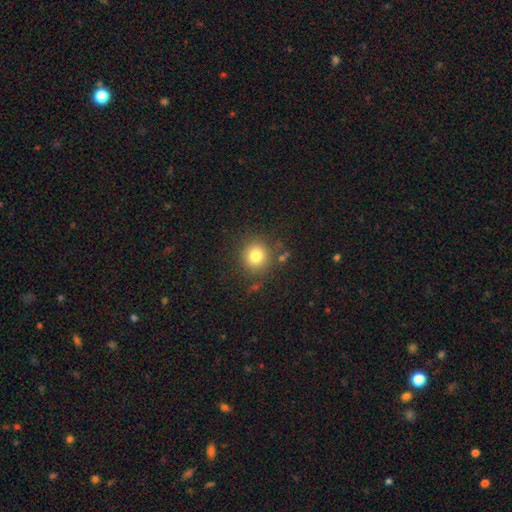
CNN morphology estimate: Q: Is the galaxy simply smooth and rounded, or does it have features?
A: smooth — 79%.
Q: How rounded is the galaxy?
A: round — 88%.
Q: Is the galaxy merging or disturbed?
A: none — 82%.